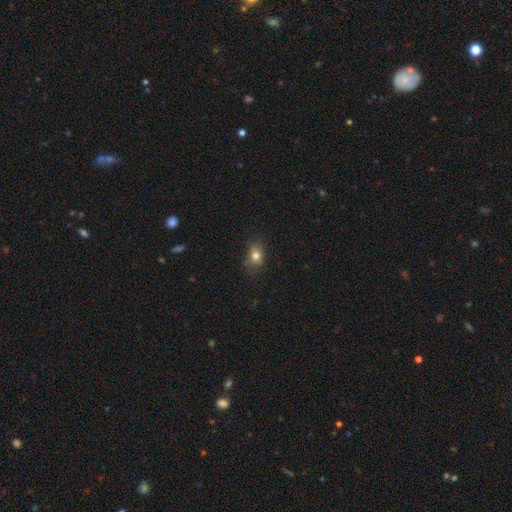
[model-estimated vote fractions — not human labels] Smooth or featured? smooth (79%)
How rounded? in between (62%)
Merging? none (71%)